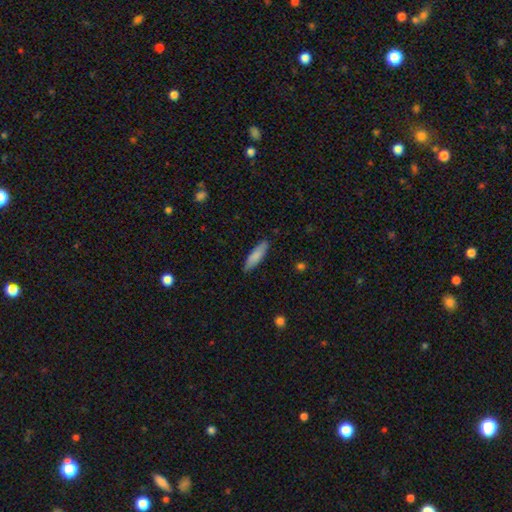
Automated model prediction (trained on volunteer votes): Smooth or featured: smooth — 83% (featured or disk — 11%)
How rounded: cigar-shaped — 65% (in between — 34%)
Merging: none — 85% (minor disturbance — 12%)